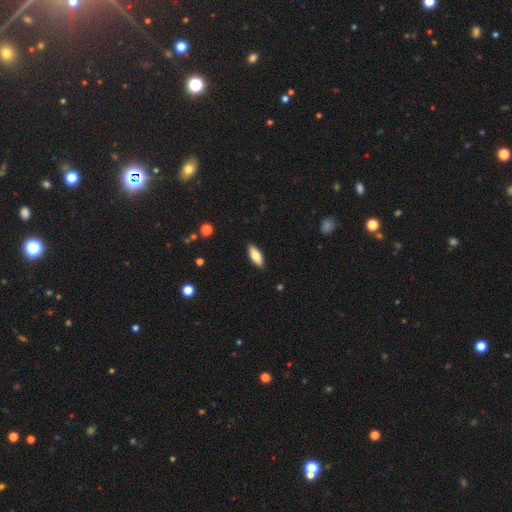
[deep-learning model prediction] Smooth or featured?
  - smooth: 76% *
  - featured or disk: 17%
  - star or artifact: 6%
How rounded?
  - in between: 76% *
  - cigar-shaped: 22%
  - round: 2%
Merging?
  - none: 88% *
  - minor disturbance: 9%
  - major disturbance: 2%
  - merger: 1%